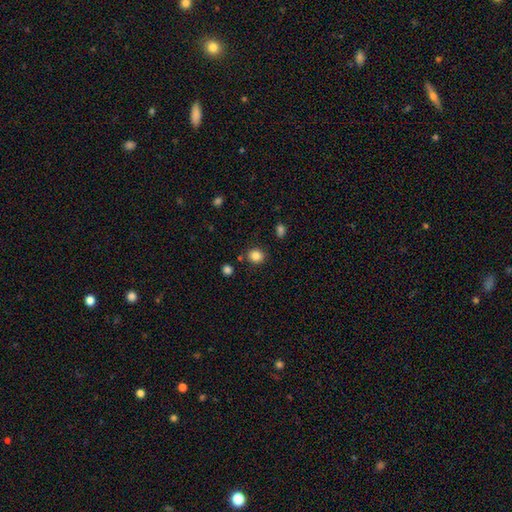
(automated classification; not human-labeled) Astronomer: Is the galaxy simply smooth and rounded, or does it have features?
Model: smooth — 85%.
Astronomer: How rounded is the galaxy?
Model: round — 82%.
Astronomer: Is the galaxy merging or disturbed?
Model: none — 83%.